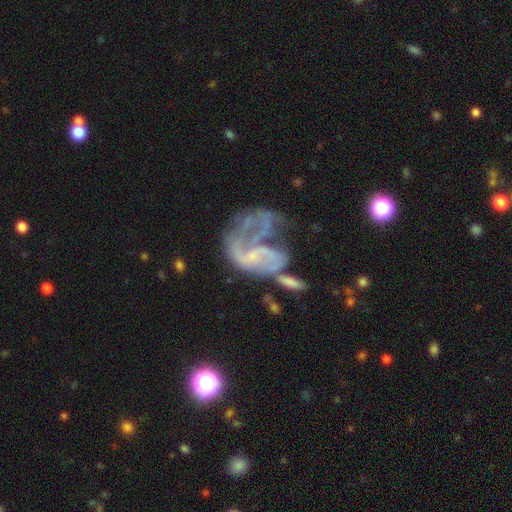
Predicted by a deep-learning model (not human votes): Smooth or featured?
  - featured or disk: 70% *
  - smooth: 16%
  - star or artifact: 14%
Edge-on disk?
  - no: 98% *
  - yes: 2%
Bar?
  - no: 71% *
  - weak: 22%
  - strong: 7%
Spiral arms?
  - yes: 50% * (tied)
  - no: 50% * (tied)
Bulge size?
  - none: 57% *
  - small: 32%
  - moderate: 9%
  - large: 2%
  - dominant: 1%
Merging?
  - major disturbance: 47% *
  - merger: 21%
  - none: 18%
  - minor disturbance: 13%